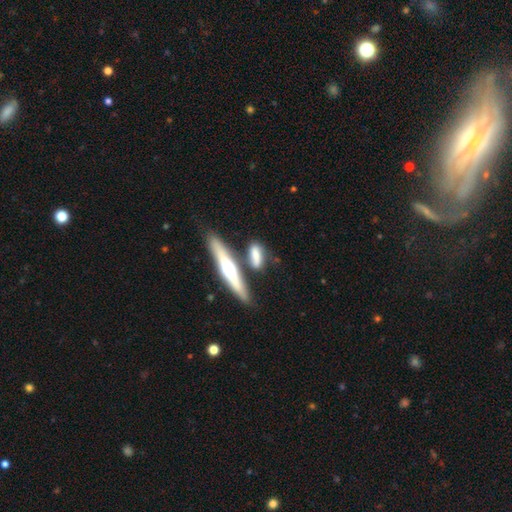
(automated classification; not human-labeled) Q: Smooth or featured?
A: smooth (57%); runner-up: featured or disk (36%)
Q: How rounded?
A: cigar-shaped (53%); runner-up: in between (40%)
Q: Merging?
A: none (63%); runner-up: merger (17%)